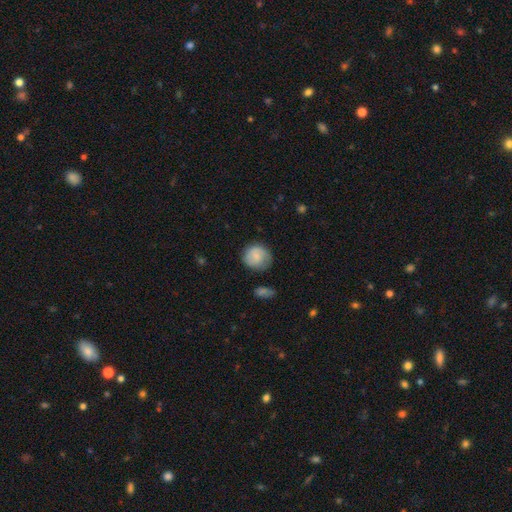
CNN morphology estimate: smooth-or-featured: smooth: 75% | featured or disk: 18% | star or artifact: 7%
  how-rounded: round: 84% | in between: 15% | cigar-shaped: 1%
  merging: none: 71% | minor disturbance: 21% | major disturbance: 6% | merger: 2%